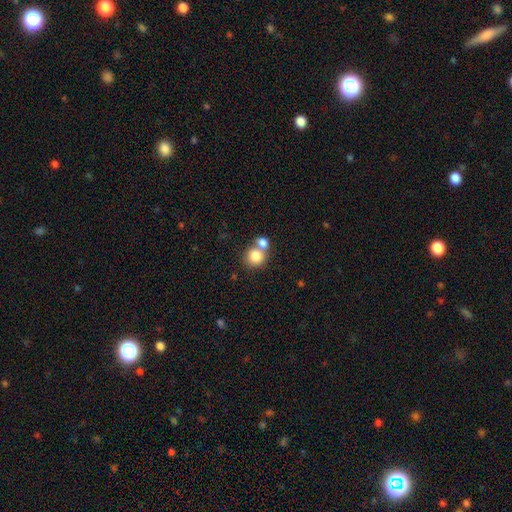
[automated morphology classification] Smooth or featured?
  - smooth: 81% *
  - featured or disk: 10%
  - star or artifact: 9%
How rounded?
  - round: 82% *
  - in between: 17%
  - cigar-shaped: 1%
Merging?
  - merger: 47% *
  - none: 43%
  - minor disturbance: 7%
  - major disturbance: 3%